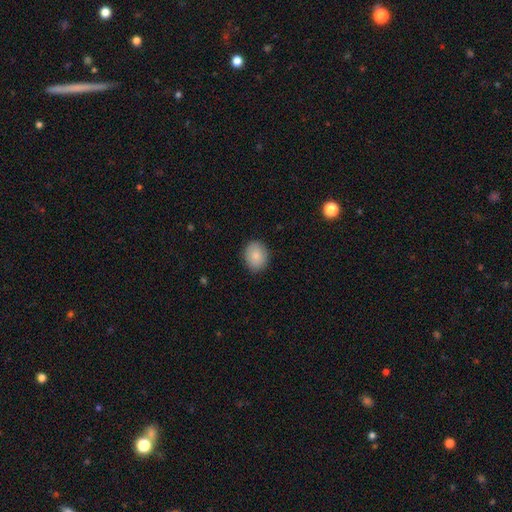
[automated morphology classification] type=smooth (86%); roundness=round (56%); merging=none (88%).